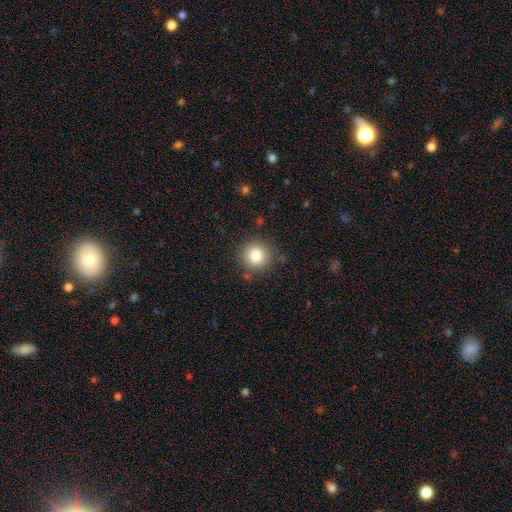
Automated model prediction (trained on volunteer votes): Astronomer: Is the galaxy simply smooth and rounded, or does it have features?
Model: smooth — 82%.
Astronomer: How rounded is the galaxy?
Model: round — 93%.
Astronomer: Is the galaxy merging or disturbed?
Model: none — 86%.